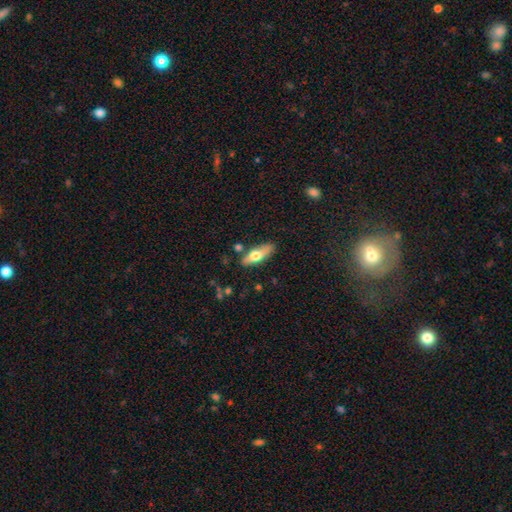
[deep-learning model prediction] smooth_or_featured: smooth (p=0.59) [alt: featured or disk p=0.36]
how_rounded: in between (p=0.56) [alt: cigar-shaped p=0.41]
merging: none (p=0.79) [alt: minor disturbance p=0.13]